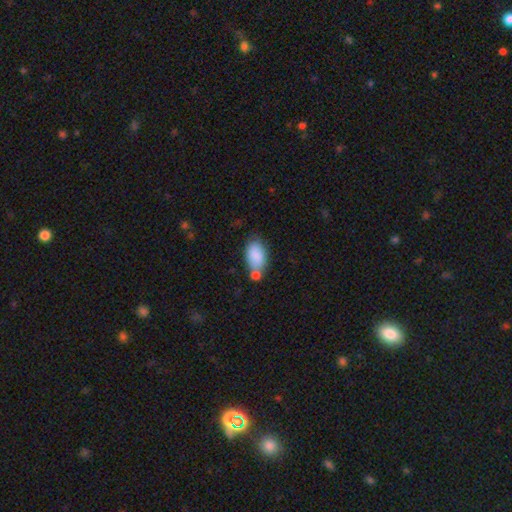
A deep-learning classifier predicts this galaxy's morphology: This appears to be a smooth galaxy with no disk features (85%) that is in between round and cigar-shaped (93%). Merging: none (49%).